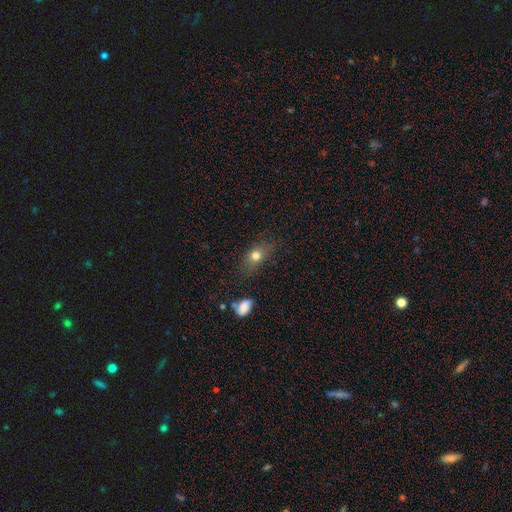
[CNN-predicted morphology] Smooth or featured? smooth (75%)
How rounded? in between (66%)
Merging? none (72%)